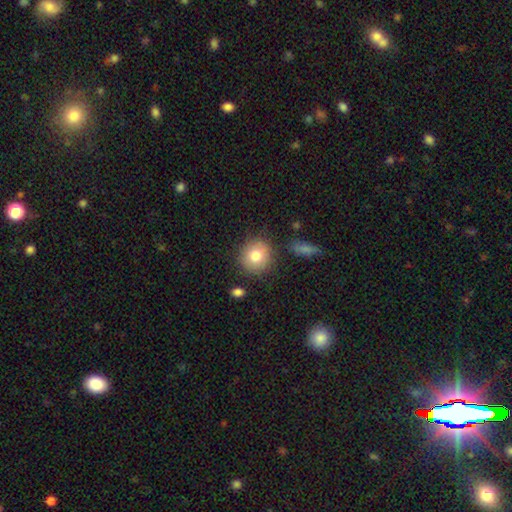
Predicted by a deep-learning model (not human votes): Smooth or featured? smooth (79%)
How rounded? round (90%)
Merging? none (84%)